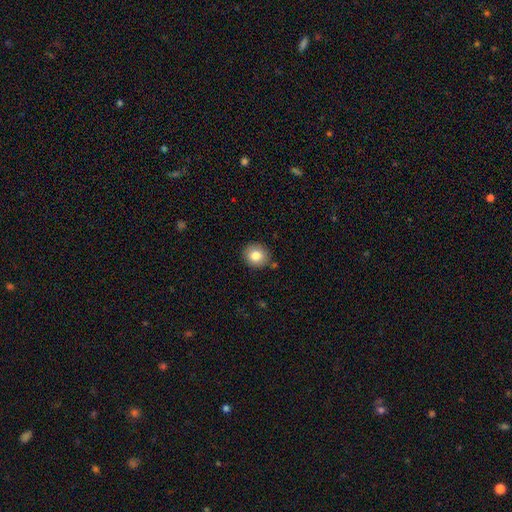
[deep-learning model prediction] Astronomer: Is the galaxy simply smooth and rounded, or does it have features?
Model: smooth — 81%.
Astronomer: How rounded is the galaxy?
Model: round — 86%.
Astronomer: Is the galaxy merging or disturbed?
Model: none — 85%.